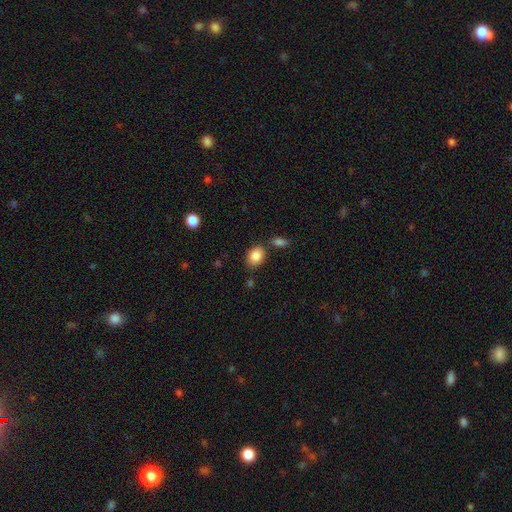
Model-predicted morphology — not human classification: A smooth galaxy with no disk features (86%) that is in between round and cigar-shaped (75%).

Vote fractions:
- Smooth or featured? smooth: 86% / star or artifact: 8% / featured or disk: 6%
- How rounded? in between: 75% / round: 24% / cigar-shaped: 1%
- Merging? none: 73% / minor disturbance: 13% / merger: 10% / major disturbance: 4%